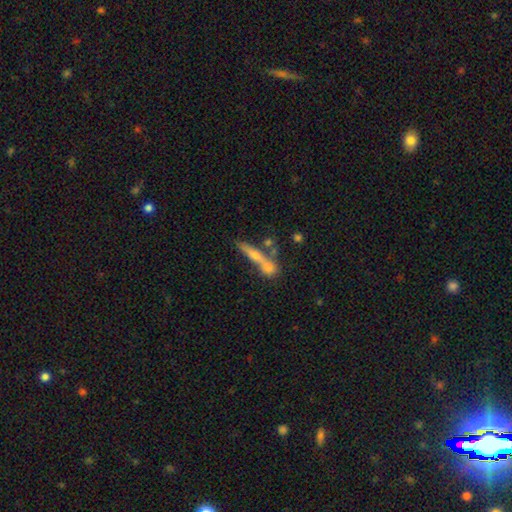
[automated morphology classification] The model was most divided on "smooth or featured": featured or disk: 47%, smooth: 43%, star or artifact: 10%. More confident: merging — none (51%).